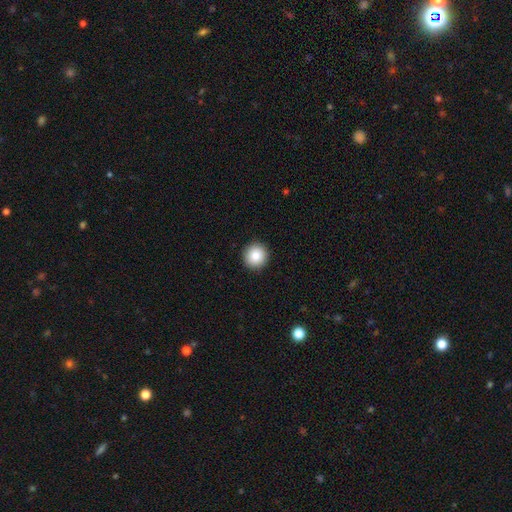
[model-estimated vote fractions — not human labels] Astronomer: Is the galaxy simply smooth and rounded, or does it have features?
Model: smooth — 85%.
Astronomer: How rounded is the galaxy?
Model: round — 95%.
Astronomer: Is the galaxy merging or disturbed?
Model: none — 93%.